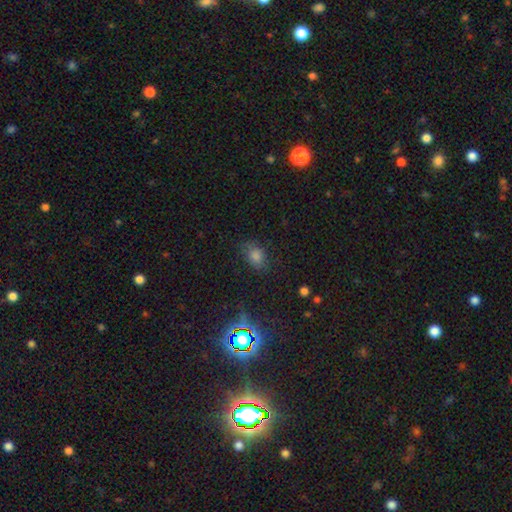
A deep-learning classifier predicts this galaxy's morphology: smooth 64%, star or artifact 26%, featured or disk 10%. Down the decision tree: how rounded — in between (66%); merging — none (68%).